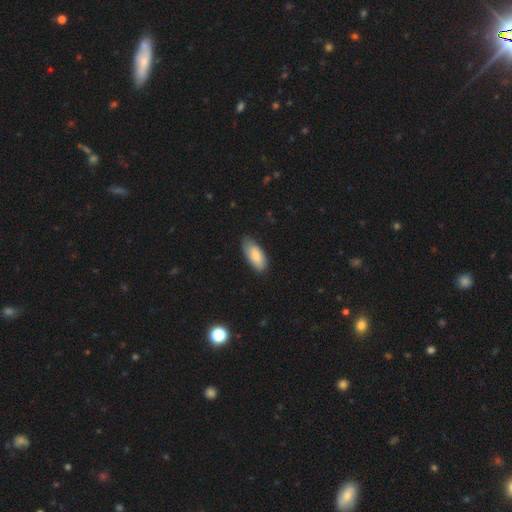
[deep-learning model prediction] smooth 81%, featured or disk 13%, star or artifact 6%. Down the decision tree: how rounded — in between (88%); merging — none (73%).